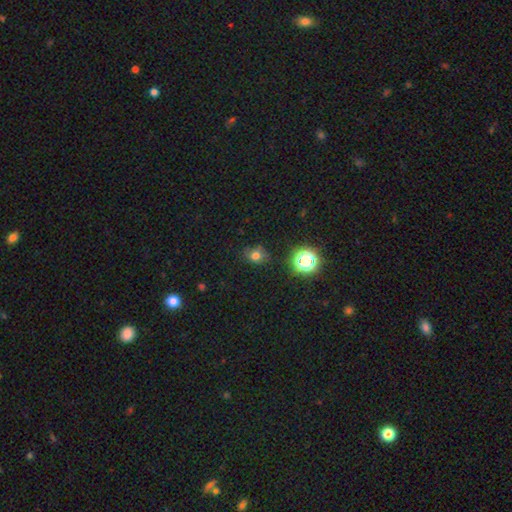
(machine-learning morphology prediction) type=smooth (70%); roundness=round (66%); merging=none (77%).